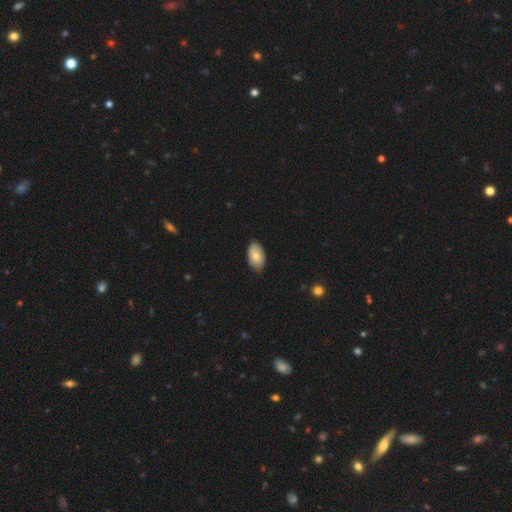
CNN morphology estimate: This appears to be a smooth galaxy with no disk features (78%) that is in between round and cigar-shaped (95%). Merging: none (84%).